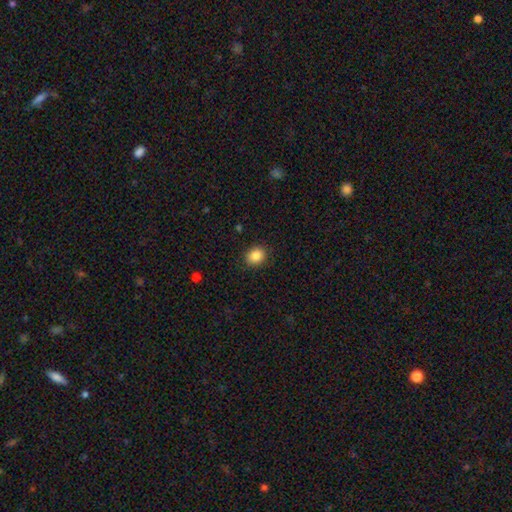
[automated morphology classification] smooth_or_featured: smooth (p=0.88) [alt: star or artifact p=0.09]
how_rounded: round (p=0.61) [alt: in between p=0.38]
merging: none (p=0.89) [alt: minor disturbance p=0.08]